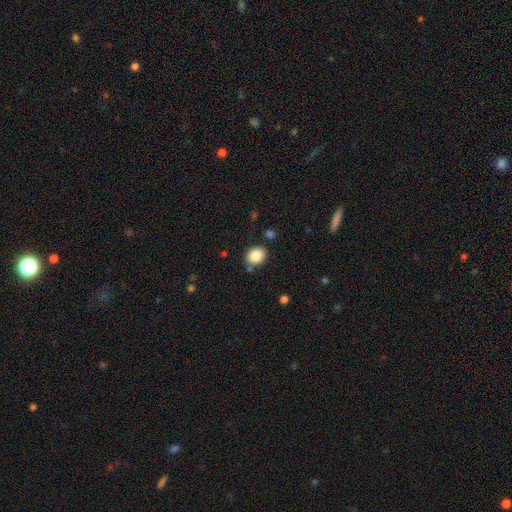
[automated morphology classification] smooth-or-featured: smooth: 86% | star or artifact: 8% | featured or disk: 5%
  how-rounded: in between: 52% | round: 47% | cigar-shaped: 1%
  merging: none: 80% | minor disturbance: 12% | merger: 5% | major disturbance: 3%